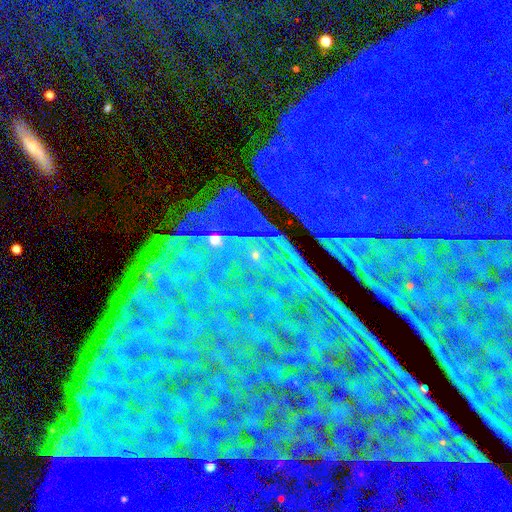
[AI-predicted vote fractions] smooth_or_featured: star or artifact (p=0.87) [alt: featured or disk p=0.07]